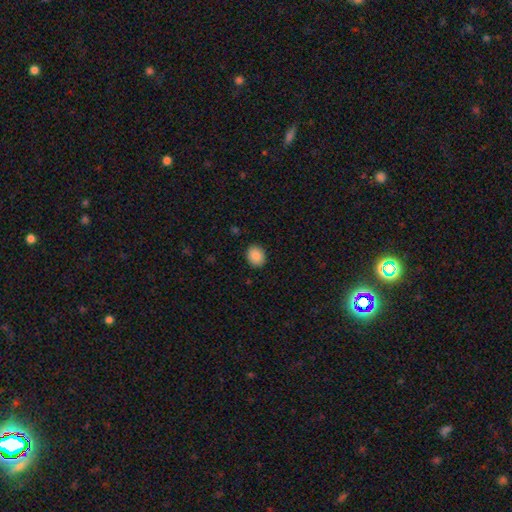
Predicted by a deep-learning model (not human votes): Smooth or featured? smooth (88%)
How rounded? round (58%)
Merging? none (90%)